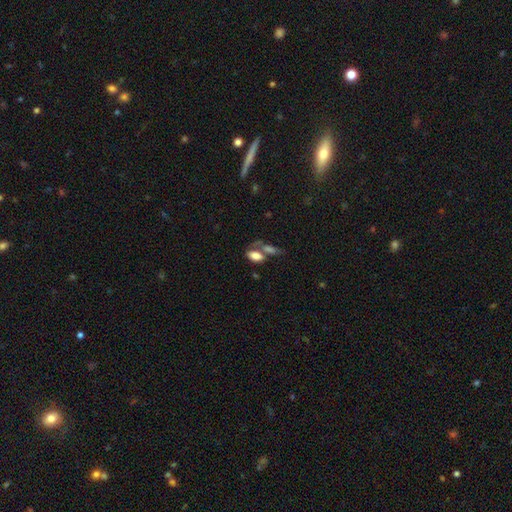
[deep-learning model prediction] Q: Smooth or featured?
A: smooth (77%); runner-up: featured or disk (13%)
Q: How rounded?
A: in between (90%); runner-up: round (5%)
Q: Merging?
A: merger (49%); runner-up: none (31%)